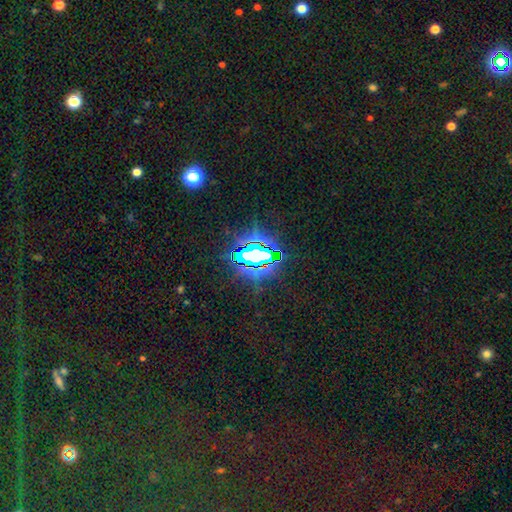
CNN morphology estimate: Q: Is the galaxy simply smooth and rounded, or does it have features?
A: star or artifact — 77%.